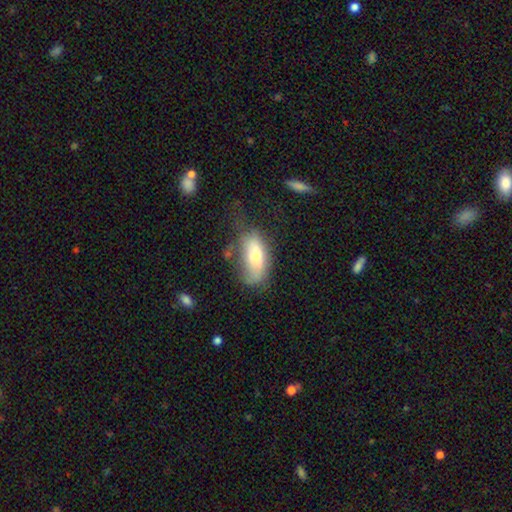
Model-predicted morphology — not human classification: smooth-or-featured: smooth: 67% | featured or disk: 26% | star or artifact: 8%
  how-rounded: in between: 84% | cigar-shaped: 13% | round: 3%
  merging: none: 40% | minor disturbance: 31% | major disturbance: 24% | merger: 5%